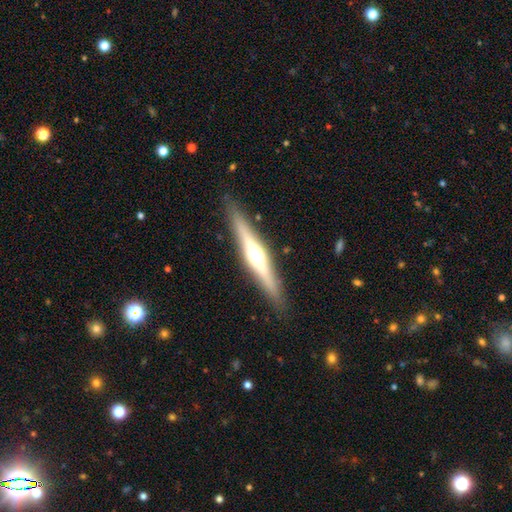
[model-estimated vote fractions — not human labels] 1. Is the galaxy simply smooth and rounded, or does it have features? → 72% featured or disk, 23% smooth, 6% star or artifact.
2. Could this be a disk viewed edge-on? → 97% yes, 3% no.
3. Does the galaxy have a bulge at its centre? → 90% rounded, 5% boxy, 5% none.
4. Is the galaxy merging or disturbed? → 89% none, 8% minor disturbance, 2% major disturbance, 1% merger.